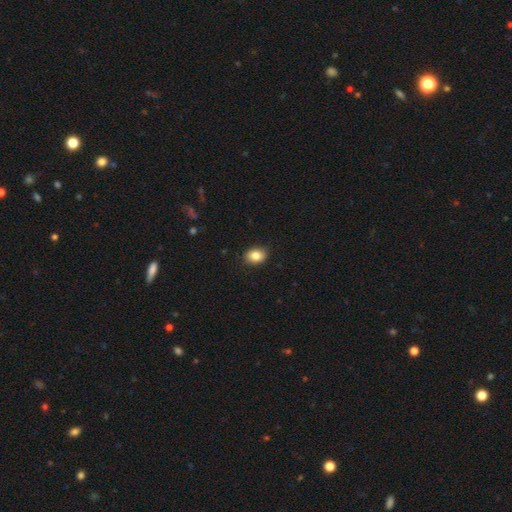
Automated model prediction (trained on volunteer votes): smooth 84%, star or artifact 9%, featured or disk 7%. Down the decision tree: how rounded — in between (69%); merging — none (87%).